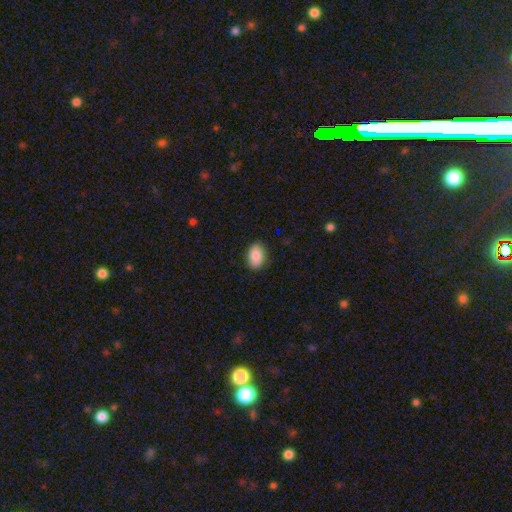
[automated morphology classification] A smooth galaxy with no disk features (87%) that is in between round and cigar-shaped (84%).

Vote fractions:
- Smooth or featured? smooth: 87% / star or artifact: 7% / featured or disk: 6%
- How rounded? in between: 84% / round: 15% / cigar-shaped: 1%
- Merging? none: 85% / minor disturbance: 11% / major disturbance: 2% / merger: 1%